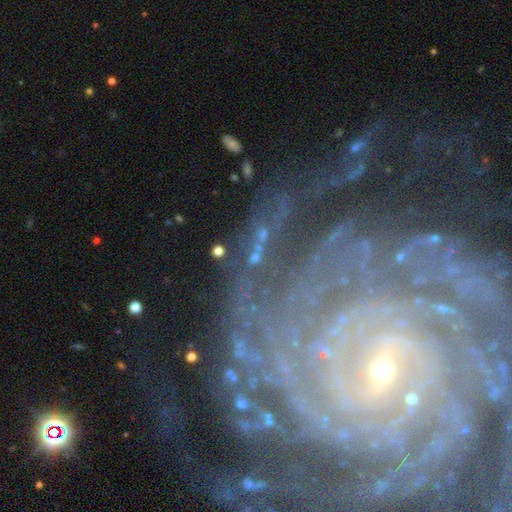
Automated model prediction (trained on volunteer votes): The model was most divided on "spiral arm count": can't tell: 24%, more than 4: 21%, 4: 16%, 2: 15%, 3: 14%, 1: 11%. Remaining: edge-on disk — no (96%); spiral arms — yes (96%); smooth or featured — featured or disk (83%); spiral winding — tight (76%); bulge size — small (75%); merging — none (71%); bar — no (47%).